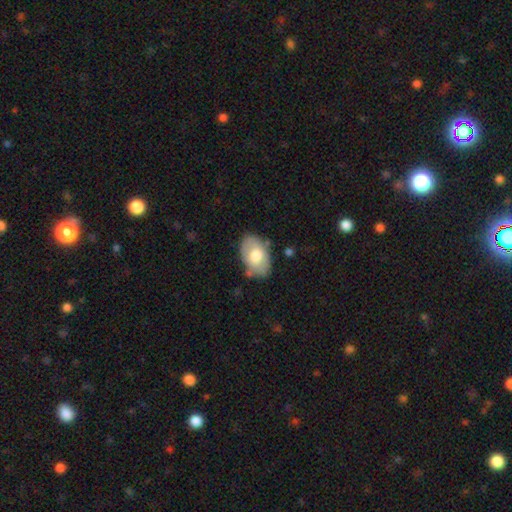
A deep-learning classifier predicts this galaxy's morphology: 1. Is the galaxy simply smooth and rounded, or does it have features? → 66% smooth, 28% featured or disk, 6% star or artifact.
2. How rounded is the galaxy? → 92% in between, 7% round, 1% cigar-shaped.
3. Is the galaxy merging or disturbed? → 74% none, 18% minor disturbance, 4% major disturbance, 4% merger.